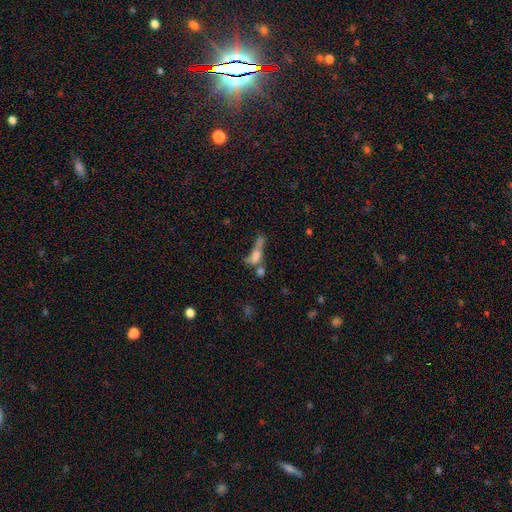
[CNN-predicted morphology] Smooth or featured? Predicted: smooth (p=0.54). How rounded? Predicted: in between (p=0.51). Merging? Predicted: merger (p=0.45).